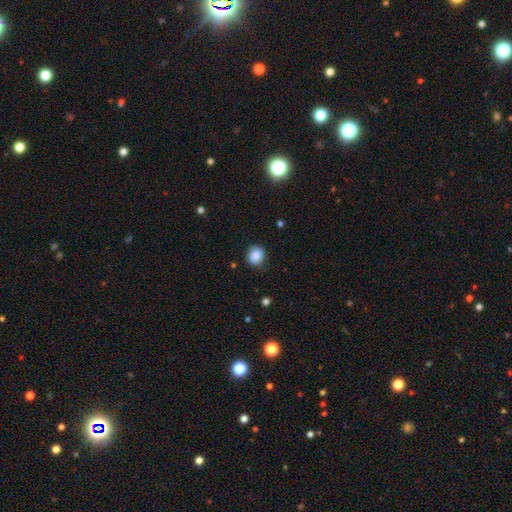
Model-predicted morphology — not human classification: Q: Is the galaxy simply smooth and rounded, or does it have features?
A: smooth — 86%.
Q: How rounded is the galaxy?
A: round — 81%.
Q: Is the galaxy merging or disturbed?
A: none — 83%.